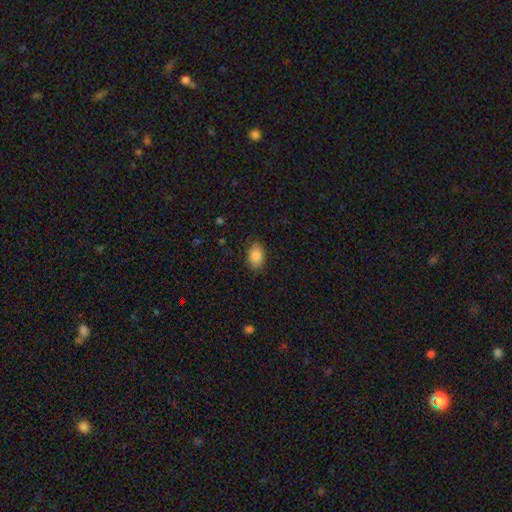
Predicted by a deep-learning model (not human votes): Overall: smooth (87%). How rounded: in between (86%). Merging: none (86%).